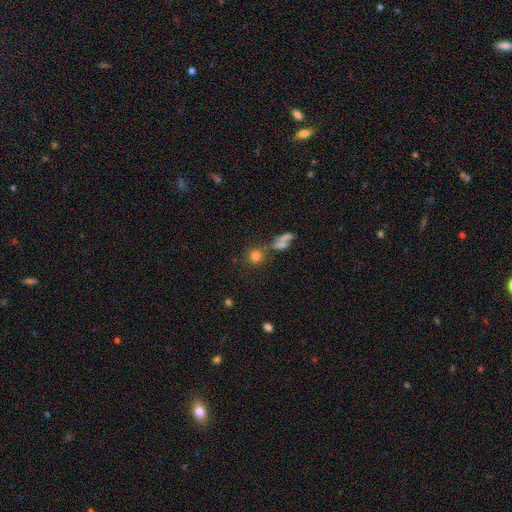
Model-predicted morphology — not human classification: This appears to be a smooth galaxy with no disk features (76%) that is round (88%). Merging: none (64%).